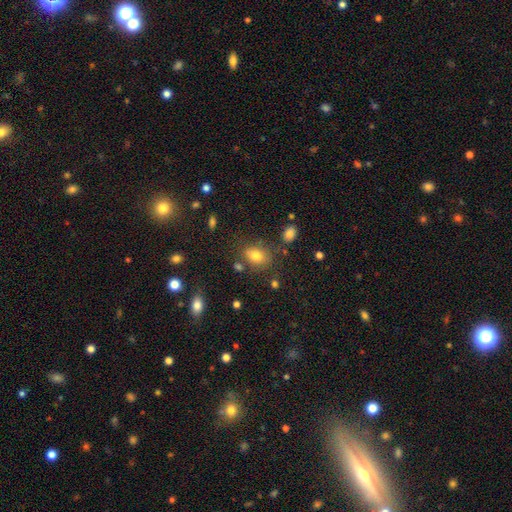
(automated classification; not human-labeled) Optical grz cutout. It shows a smooth galaxy with no disk features (78%) that is in between round and cigar-shaped (68%). Merging: none (73%).